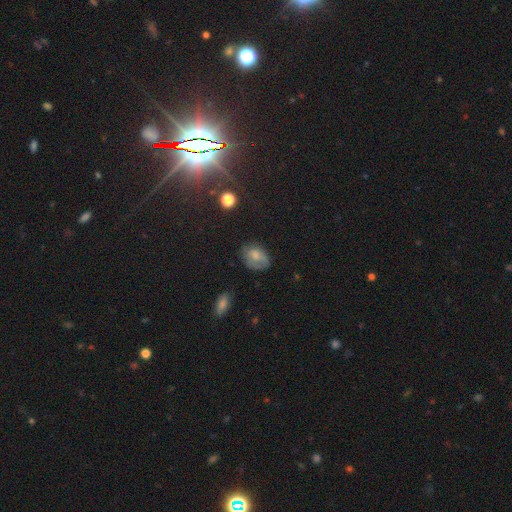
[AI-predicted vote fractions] A smooth galaxy with no disk features (66%) that is in between round and cigar-shaped (69%).

Vote fractions:
- Smooth or featured? smooth: 66% / featured or disk: 24% / star or artifact: 11%
- How rounded? in between: 69% / round: 29% / cigar-shaped: 1%
- Merging? none: 54% / minor disturbance: 29% / major disturbance: 14% / merger: 2%